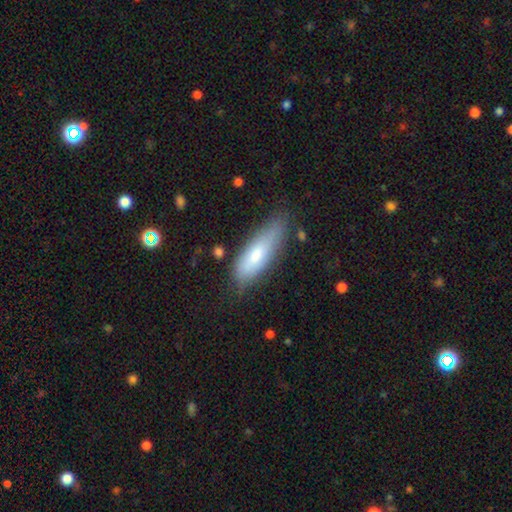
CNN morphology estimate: Q: Smooth or featured?
A: smooth (72%); runner-up: featured or disk (22%)
Q: How rounded?
A: in between (54%); runner-up: cigar-shaped (45%)
Q: Merging?
A: none (67%); runner-up: minor disturbance (24%)